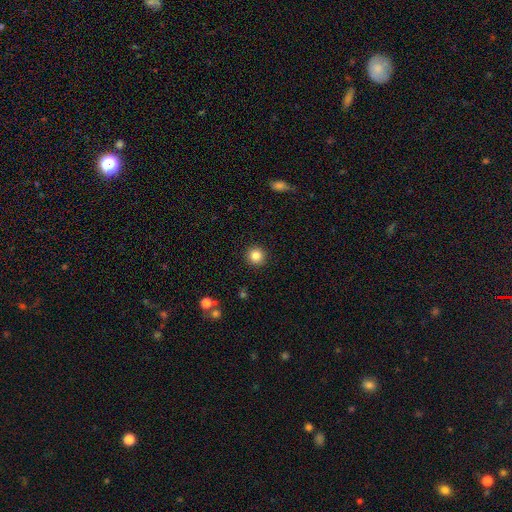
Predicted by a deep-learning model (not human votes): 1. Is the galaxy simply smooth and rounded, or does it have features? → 84% smooth, 11% star or artifact, 5% featured or disk.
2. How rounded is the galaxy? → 95% round, 4% in between, 1% cigar-shaped.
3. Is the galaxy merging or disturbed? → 92% none, 5% minor disturbance, 2% major disturbance, 1% merger.